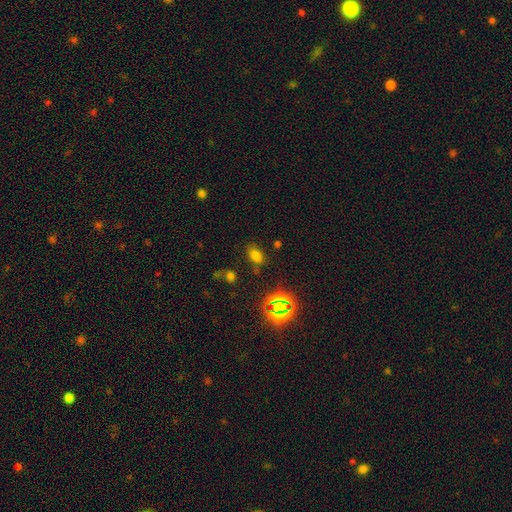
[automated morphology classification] smooth-or-featured: smooth: 63% | star or artifact: 29% | featured or disk: 7%
  how-rounded: in between: 87% | round: 11% | cigar-shaped: 3%
  merging: none: 73% | minor disturbance: 15% | major disturbance: 6% | merger: 6%